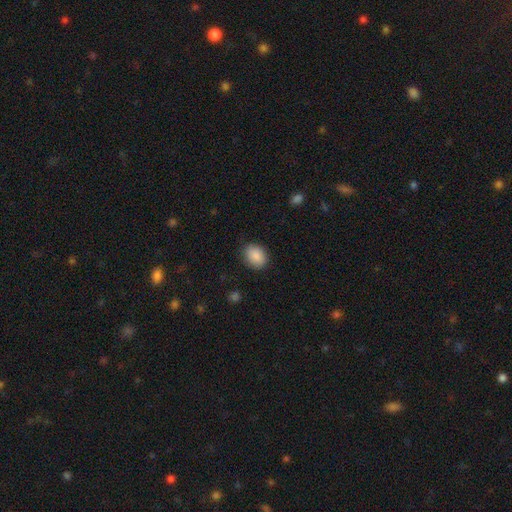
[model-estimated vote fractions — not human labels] This appears to be a smooth galaxy with no disk features (89%) that is in between round and cigar-shaped (59%). Merging: none (84%).